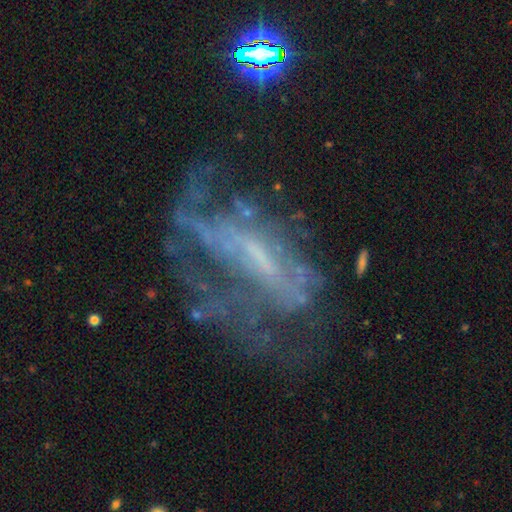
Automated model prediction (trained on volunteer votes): smooth-or-featured: featured or disk: 71% | star or artifact: 17% | smooth: 12%
  disk-edge-on: no: 91% | yes: 9%
    bar: no: 41% | weak: 34% | strong: 25%
    has-spiral-arms: yes: 55% | no: 45%
    bulge-size: none: 42% | small: 38% | moderate: 16% | large: 3% | dominant: 1%
  merging: major disturbance: 40% | none: 38% | minor disturbance: 18% | merger: 5%